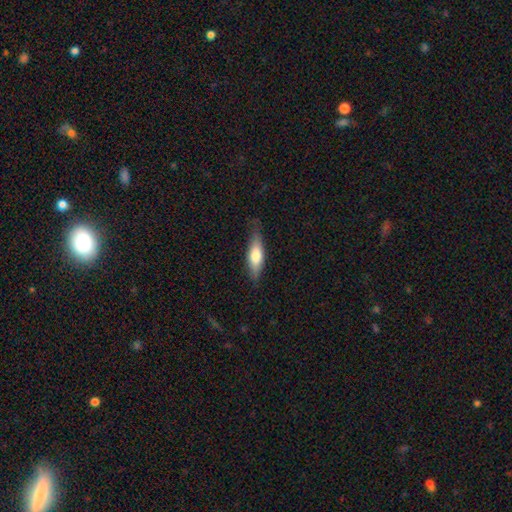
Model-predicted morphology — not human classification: Smooth or featured?
  - smooth: 67% *
  - featured or disk: 27%
  - star or artifact: 6%
How rounded?
  - cigar-shaped: 51% *
  - in between: 47%
  - round: 2%
Merging?
  - none: 74% *
  - minor disturbance: 21%
  - major disturbance: 4%
  - merger: 1%